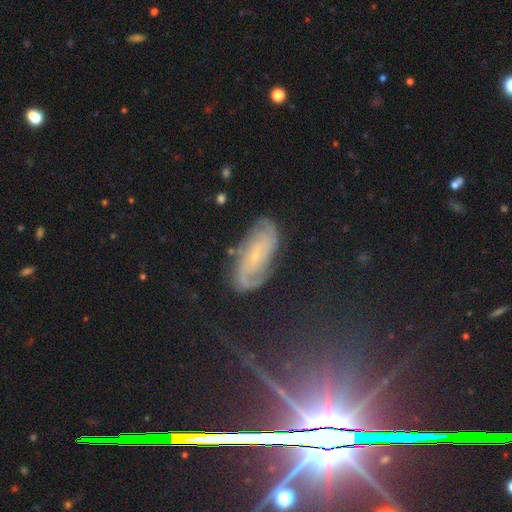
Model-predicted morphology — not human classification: Overall: featured or disk (74%). Edge-on disk: no (92%). Bar: no (60%; weak 30%). Spiral arms: yes (93%). Spiral arm count: 2 (45%; can't tell 30%). Spiral winding: tight (52%; medium 34%). Bulge size: small (84%). Merging: none (74%).